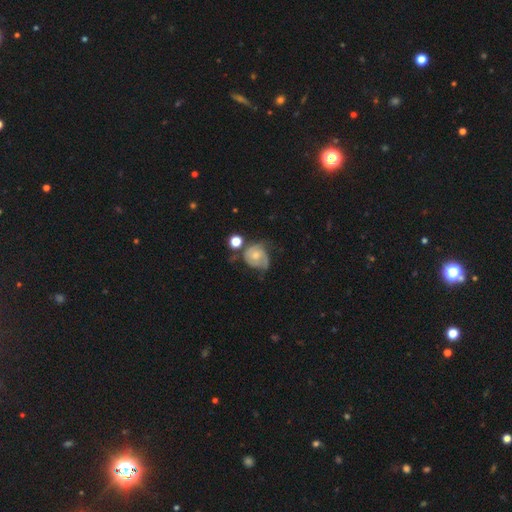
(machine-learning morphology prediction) type=featured or disk (56%); edge-on=no (97%); bar=no (77%); spiral arms=yes (77%); bulge=small (46%); merging=none (36%).